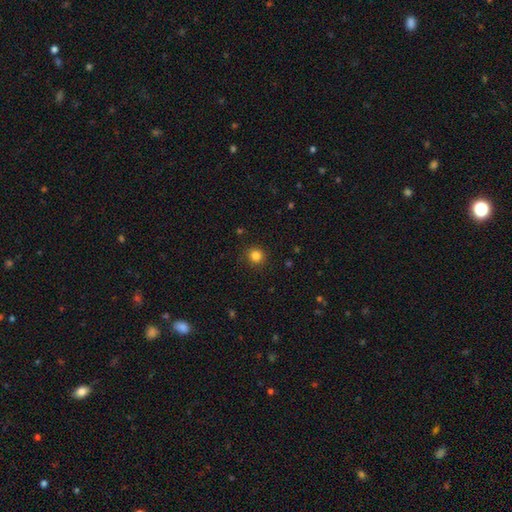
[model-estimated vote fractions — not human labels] A smooth galaxy with no disk features (83%) that is round (92%).

Vote fractions:
- Smooth or featured? smooth: 83% / star or artifact: 13% / featured or disk: 4%
- How rounded? round: 92% / in between: 7% / cigar-shaped: 1%
- Merging? none: 90% / minor disturbance: 7% / major disturbance: 2% / merger: 1%